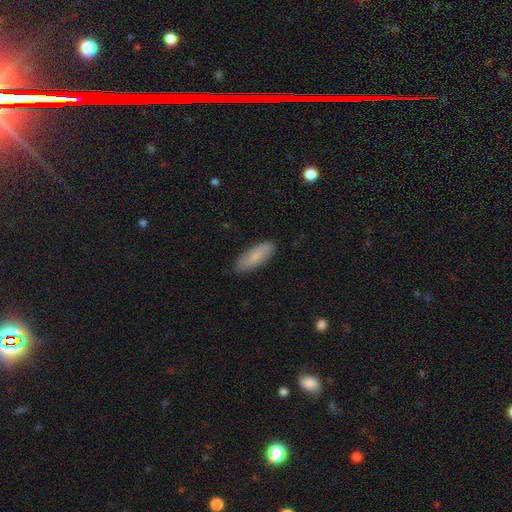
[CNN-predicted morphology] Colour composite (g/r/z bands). It shows a smooth galaxy with no disk features (78%) that is in between round and cigar-shaped (71%). Merging: none (86%).